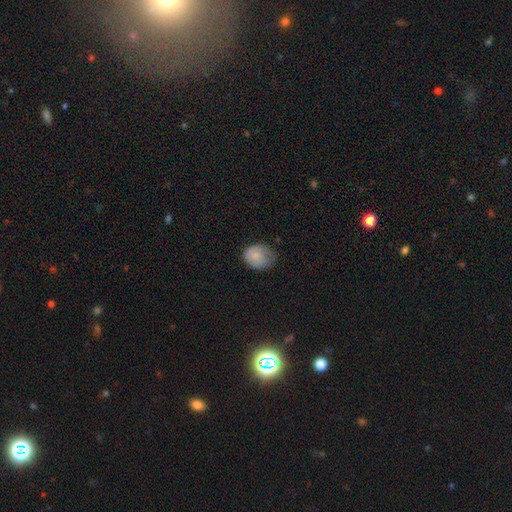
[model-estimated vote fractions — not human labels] smooth-or-featured: smooth: 80% | featured or disk: 13% | star or artifact: 7%
  how-rounded: in between: 50% | round: 49% | cigar-shaped: 1%
  merging: none: 42% | minor disturbance: 41% | major disturbance: 16% | merger: 1%